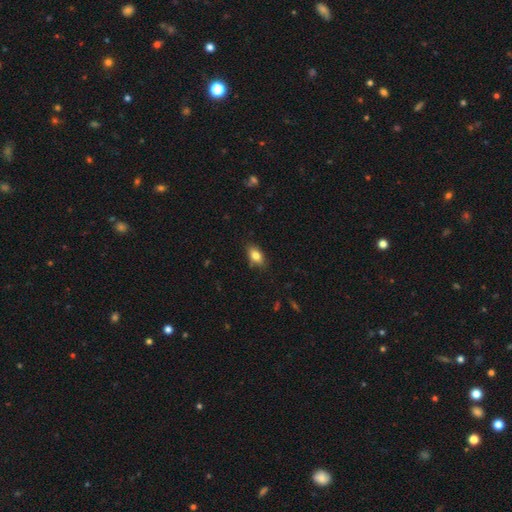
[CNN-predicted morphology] Smooth or featured? Predicted: smooth (p=0.81). How rounded? Predicted: in between (p=0.87). Merging? Predicted: none (p=0.80).